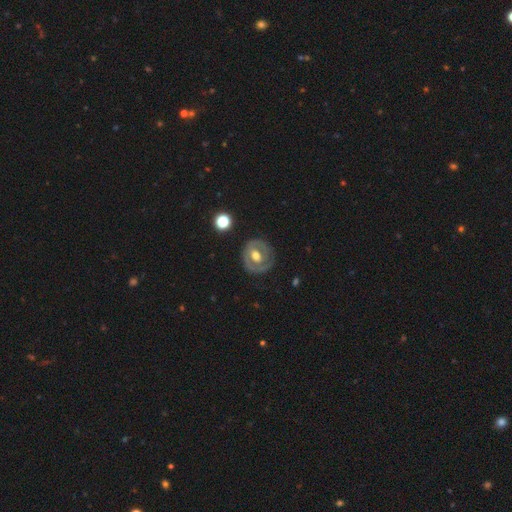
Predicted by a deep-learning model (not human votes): Q: Smooth or featured?
A: featured or disk (66%); runner-up: smooth (28%)
Q: Edge-on disk?
A: no (96%); runner-up: yes (4%)
Q: Bar?
A: no (46%); runner-up: weak (38%)
Q: Spiral arms?
A: no (54%); runner-up: yes (46%)
Q: Bulge size?
A: moderate (70%); runner-up: large (18%)
Q: Merging?
A: none (79%); runner-up: minor disturbance (14%)